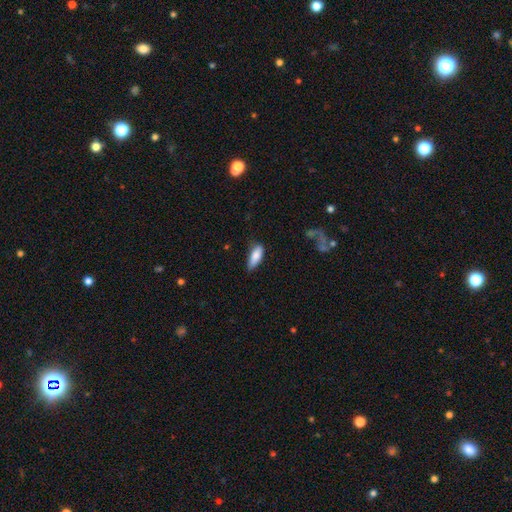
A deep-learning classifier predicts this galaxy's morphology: This appears to be a smooth galaxy with no disk features (84%) that is in between round and cigar-shaped (72%). Merging: none (60%).